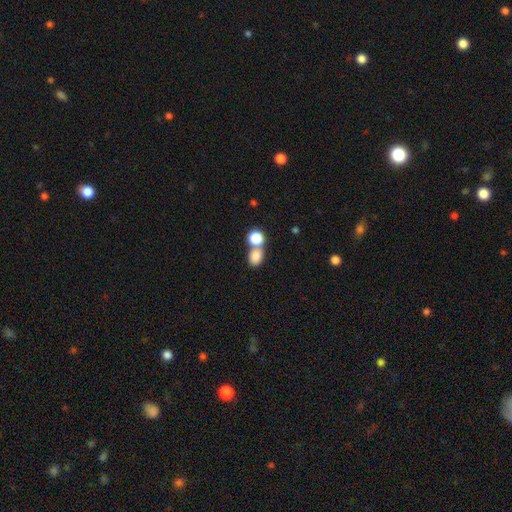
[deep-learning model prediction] Smooth or featured?
  - smooth: 82% *
  - star or artifact: 11%
  - featured or disk: 7%
How rounded?
  - in between: 51% *
  - round: 47%
  - cigar-shaped: 1%
Merging?
  - merger: 45% *
  - none: 43%
  - minor disturbance: 8%
  - major disturbance: 4%